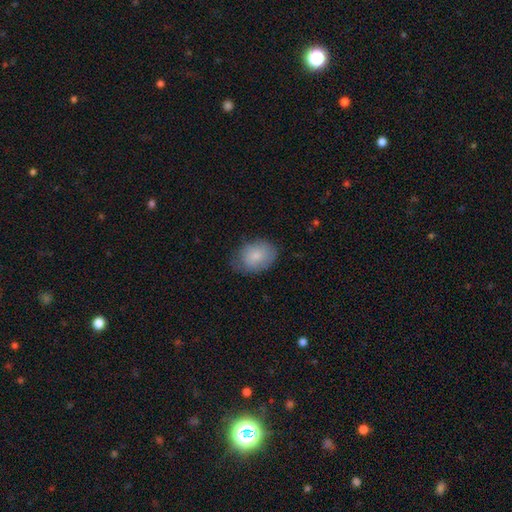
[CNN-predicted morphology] smooth_or_featured: smooth (p=0.81) [alt: featured or disk p=0.12]
how_rounded: in between (p=0.74) [alt: round p=0.25]
merging: none (p=0.68) [alt: minor disturbance p=0.25]